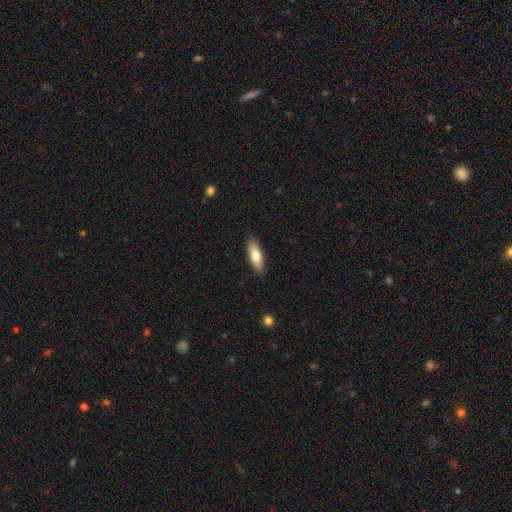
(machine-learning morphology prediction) smooth-or-featured: smooth: 73% | featured or disk: 21% | star or artifact: 6%
  how-rounded: in between: 58% | cigar-shaped: 40% | round: 2%
  merging: none: 88% | minor disturbance: 9% | major disturbance: 2% | merger: 1%